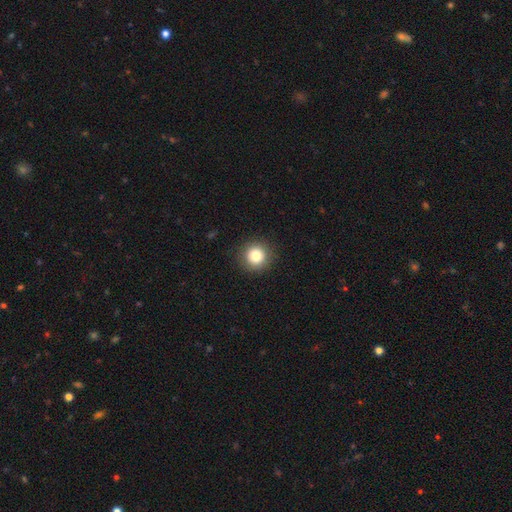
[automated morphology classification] Smooth or featured?
  - smooth: 82% *
  - star or artifact: 11%
  - featured or disk: 8%
How rounded?
  - round: 94% *
  - in between: 5%
  - cigar-shaped: 1%
Merging?
  - none: 91% *
  - minor disturbance: 6%
  - major disturbance: 2%
  - merger: 1%